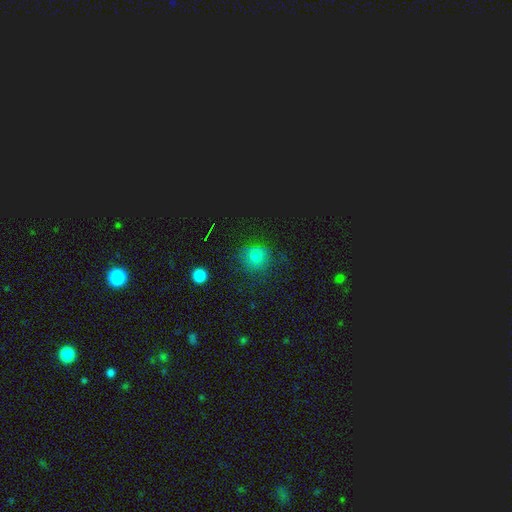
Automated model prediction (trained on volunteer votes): This is likely a smooth galaxy (67%). How rounded: clearly round (86%). Merging: likely none (75%).